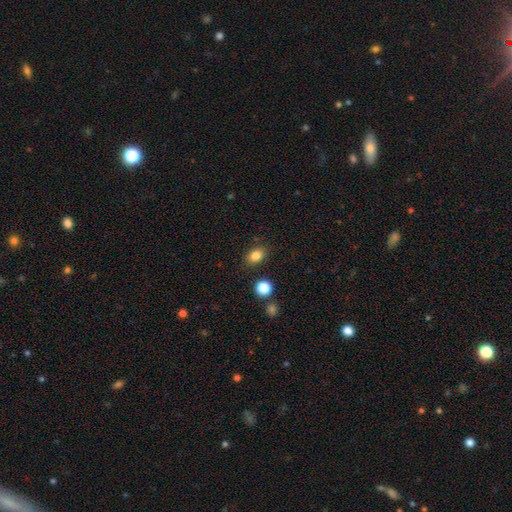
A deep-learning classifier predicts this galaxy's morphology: Q: Smooth or featured?
A: smooth (83%); runner-up: star or artifact (11%)
Q: How rounded?
A: in between (71%); runner-up: round (28%)
Q: Merging?
A: none (84%); runner-up: minor disturbance (10%)